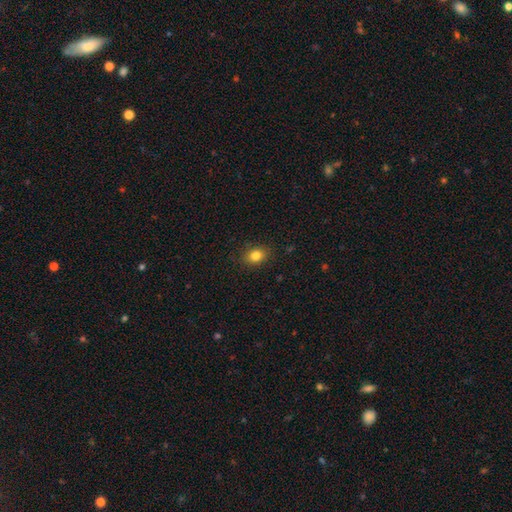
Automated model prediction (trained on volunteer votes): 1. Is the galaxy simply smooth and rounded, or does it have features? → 82% smooth, 11% star or artifact, 7% featured or disk.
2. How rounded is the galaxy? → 57% in between, 42% round, 1% cigar-shaped.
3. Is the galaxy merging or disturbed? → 87% none, 9% minor disturbance, 2% major disturbance, 1% merger.